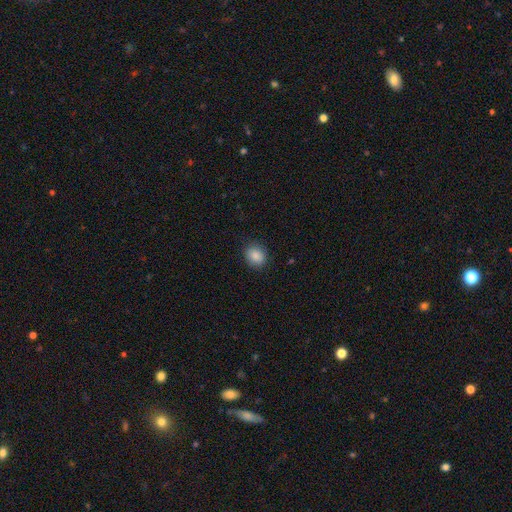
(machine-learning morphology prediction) This appears to be a smooth galaxy with no disk features (87%) that is round (62%). Merging: none (87%).